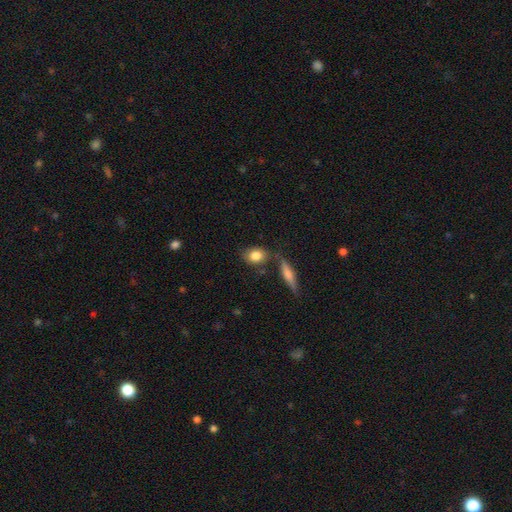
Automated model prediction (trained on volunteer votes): Morphology: type=smooth (82%); roundness=in between (62%); merging=none (70%).